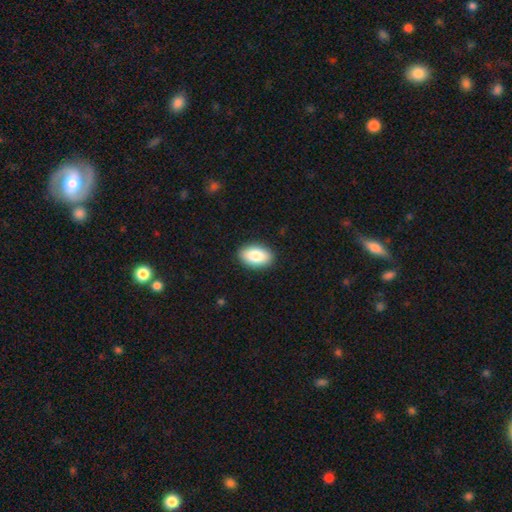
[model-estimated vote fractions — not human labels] smooth-or-featured: smooth: 85% | featured or disk: 8% | star or artifact: 6%
  how-rounded: in between: 92% | round: 6% | cigar-shaped: 2%
  merging: none: 90% | minor disturbance: 7% | major disturbance: 2% | merger: 1%